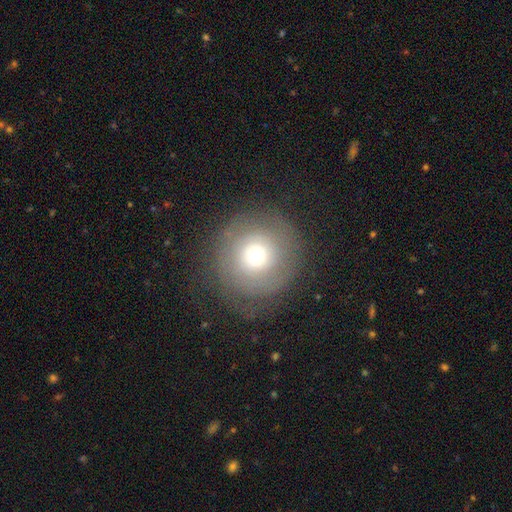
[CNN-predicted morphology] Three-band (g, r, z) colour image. It shows a smooth galaxy with no disk features (56%) that is round (94%). Merging: none (75%).